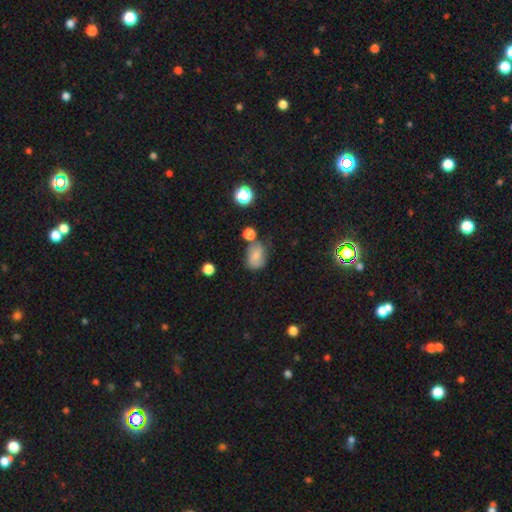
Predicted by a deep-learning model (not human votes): Smooth or featured? Predicted: smooth (p=0.62). How rounded? Predicted: in between (p=0.63). Merging? Predicted: none (p=0.49).